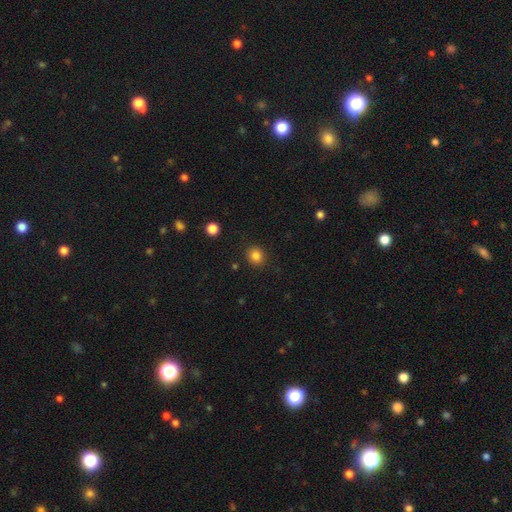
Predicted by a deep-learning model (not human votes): The model was most divided on "how rounded": round: 85%, in between: 14%, cigar-shaped: 1%. More confident: merging — none (90%); smooth or featured — smooth (84%).